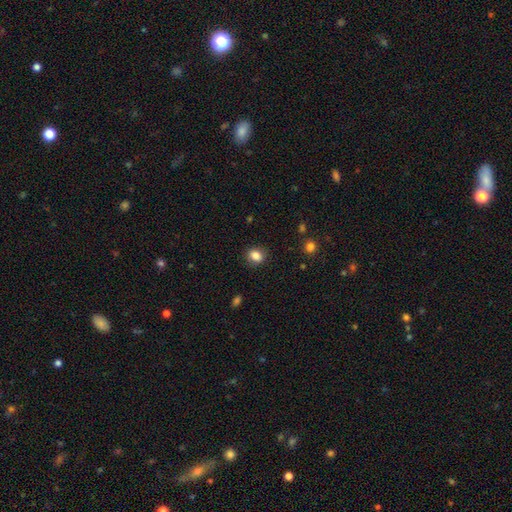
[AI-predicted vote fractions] Morphology: type=smooth (85%); roundness=in between (51%); merging=none (84%).